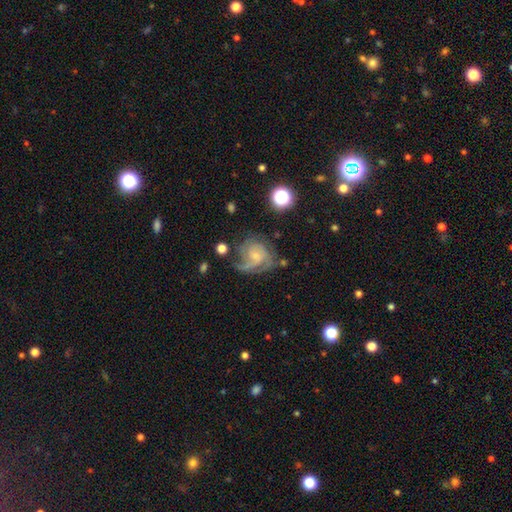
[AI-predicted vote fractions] This appears to be a featured or disk galaxy (76%) with no bar (65%), medium (42%) spiral arms (92%) and a small central bulge (64%). Merging: none (48%).